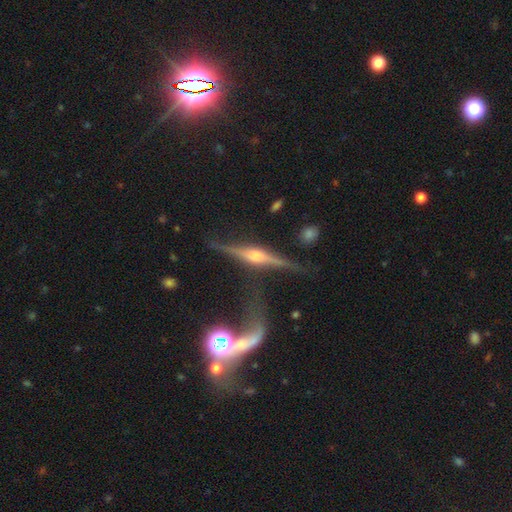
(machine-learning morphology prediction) Smooth or featured? Predicted: featured or disk (p=0.86). Edge-on disk? Predicted: yes (p=0.96). Edge-on bulge? Predicted: rounded (p=0.89). Merging? Predicted: none (p=0.73).